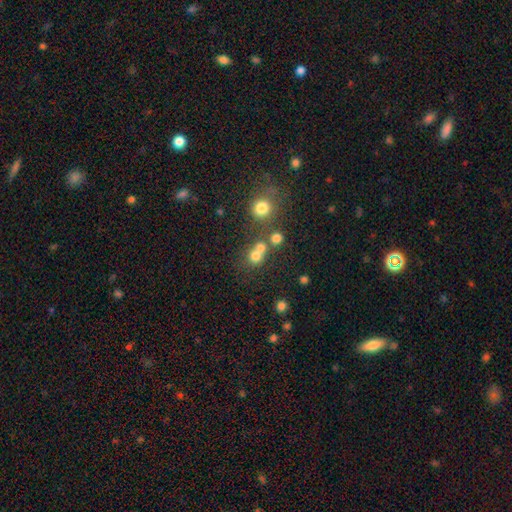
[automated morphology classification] Overall: smooth (72%). How rounded: round (83%). Merging: none (45%; merger 44%).